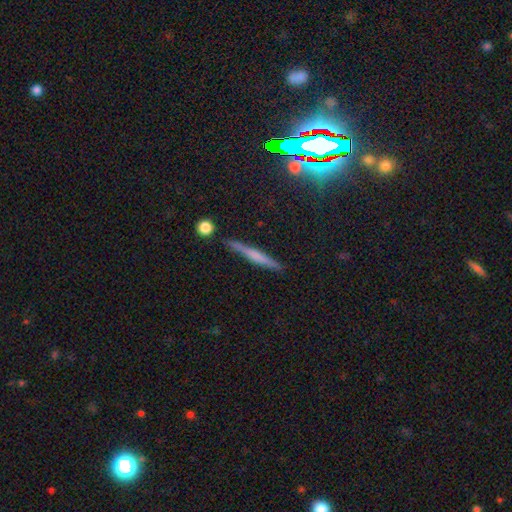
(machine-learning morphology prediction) type=featured or disk (45%); merging=none (86%).